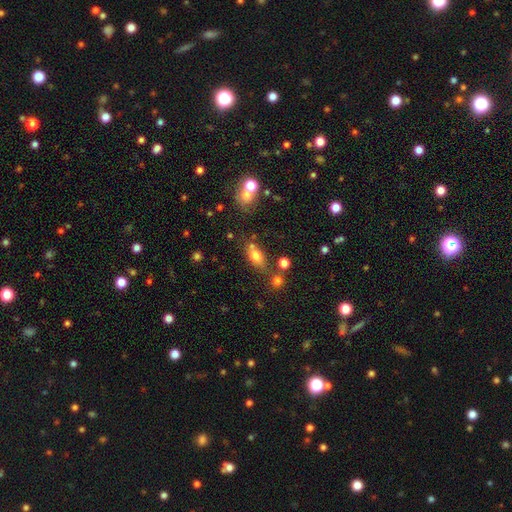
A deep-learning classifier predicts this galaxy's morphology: A smooth galaxy with no disk features (74%) that is in between round and cigar-shaped (77%). Merging: none (60%).